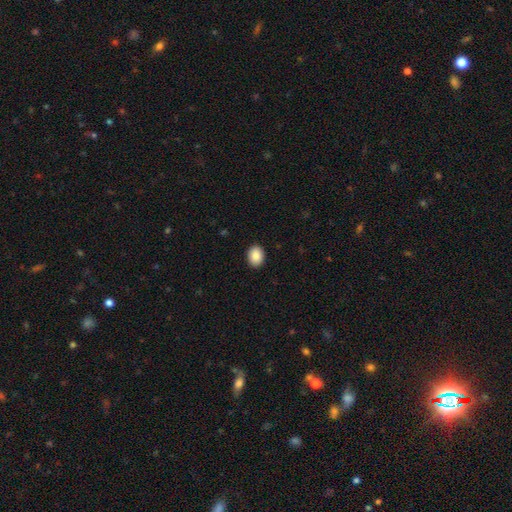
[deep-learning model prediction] Smooth or featured? smooth (89%)
How rounded? in between (66%)
Merging? none (91%)